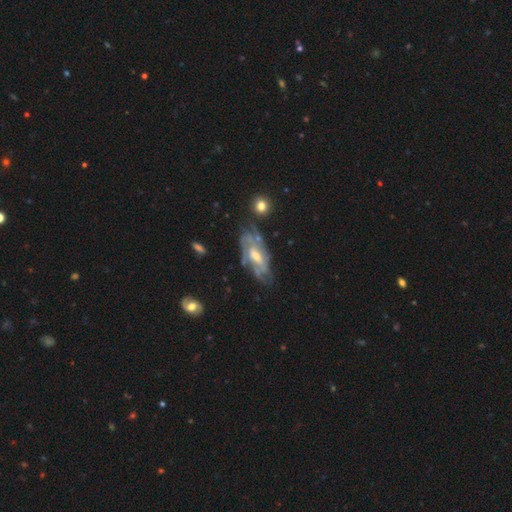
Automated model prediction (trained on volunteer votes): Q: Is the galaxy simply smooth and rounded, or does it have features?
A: featured or disk — 80%.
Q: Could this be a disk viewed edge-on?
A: no — 90%.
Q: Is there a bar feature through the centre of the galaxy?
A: weak — 45%.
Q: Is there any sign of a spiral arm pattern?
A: yes — 83%.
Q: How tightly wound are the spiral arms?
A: tight — 53%.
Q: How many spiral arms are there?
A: can't tell — 52%.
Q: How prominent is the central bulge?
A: moderate — 60%.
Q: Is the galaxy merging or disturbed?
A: none — 62%.